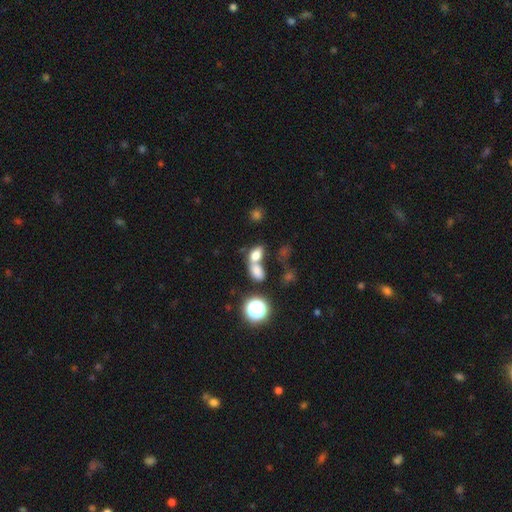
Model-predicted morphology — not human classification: Smooth or featured? smooth (74%)
How rounded? in between (80%)
Merging? merger (57%)